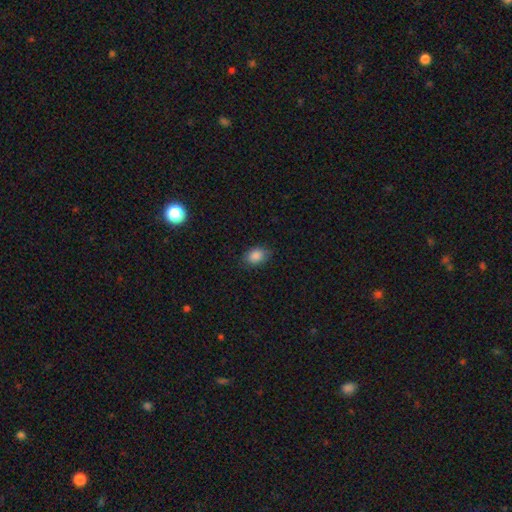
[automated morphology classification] This appears to be a smooth galaxy with no disk features (87%) that is in between round and cigar-shaped (75%). Merging: none (83%).